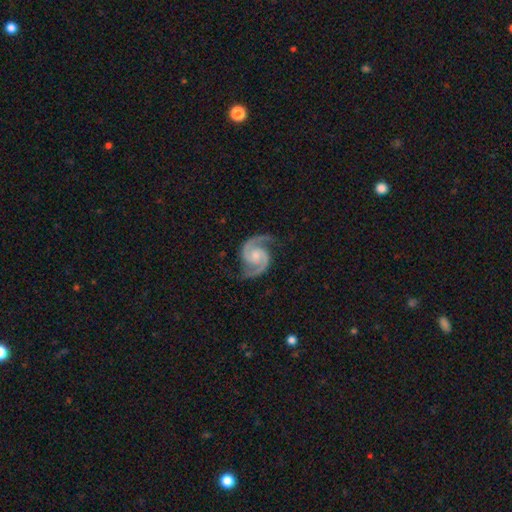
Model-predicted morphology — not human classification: The model was most divided on "bulge size": small: 52%, moderate: 38%, none: 7%, large: 2%, dominant: 1%. More confident: spiral arms — yes (99%); edge-on disk — no (98%); spiral arm count — 2 (95%); smooth or featured — featured or disk (94%); merging — none (82%); bar — no (66%); spiral winding — medium (63%).